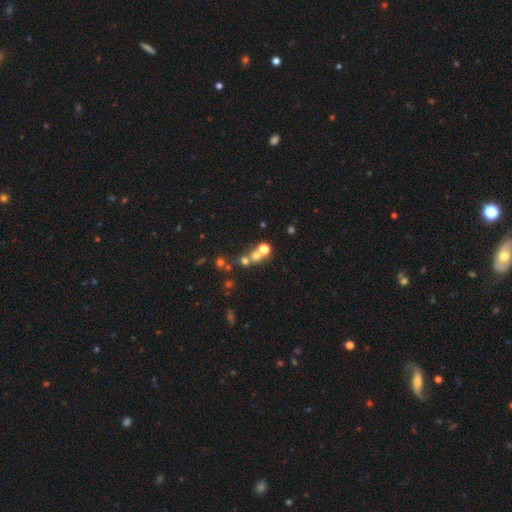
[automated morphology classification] smooth 54%, star or artifact 26%, featured or disk 20%. Down the decision tree: how rounded — round (84%); merging — merger (44%).